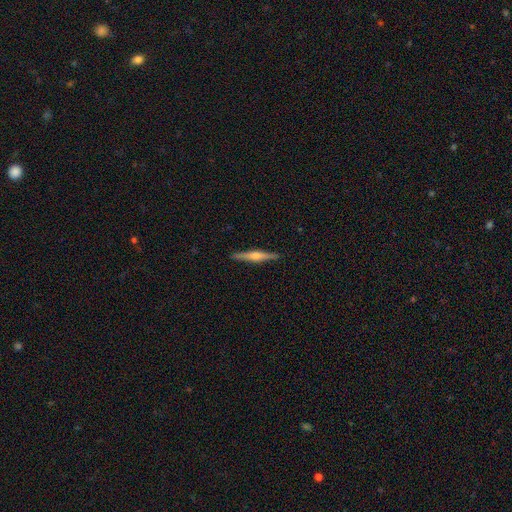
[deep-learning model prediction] This appears to be a featured or disk galaxy (72%) viewed edge-on (98%) with a rounded central bulge (86%). Merging: none (91%).